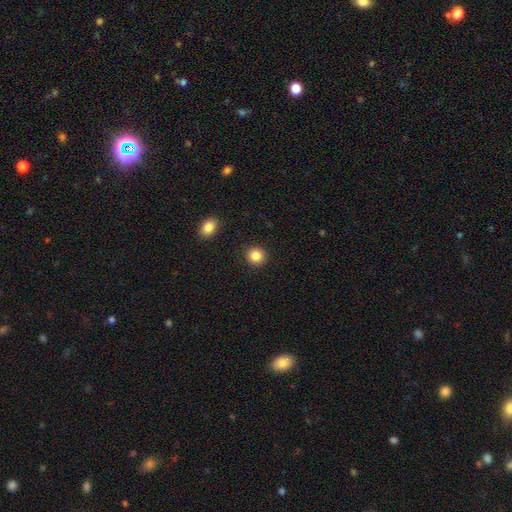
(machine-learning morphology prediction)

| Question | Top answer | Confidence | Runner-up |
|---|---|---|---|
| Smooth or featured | smooth | 86% | star or artifact (10%) |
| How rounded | round | 90% | in between (9%) |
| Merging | none | 92% | minor disturbance (5%) |